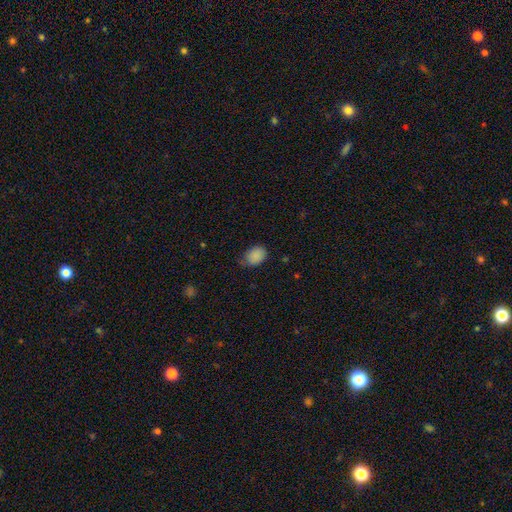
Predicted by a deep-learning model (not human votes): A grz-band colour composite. It shows a smooth galaxy with no disk features (88%) that is in between round and cigar-shaped (72%). Merging: none (59%).